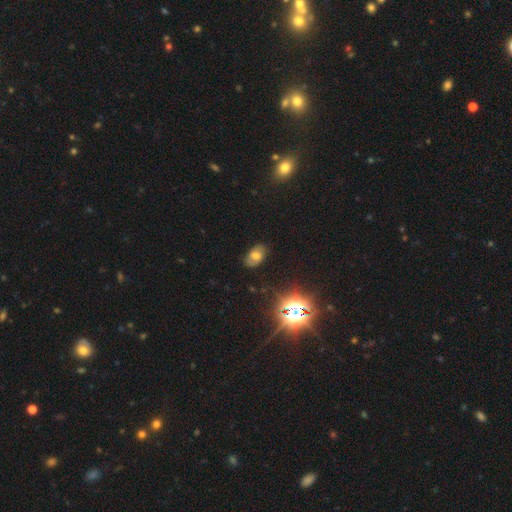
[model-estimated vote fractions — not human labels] smooth 60%, featured or disk 21%, star or artifact 19%. Down the decision tree: how rounded — in between (89%); merging — none (82%).